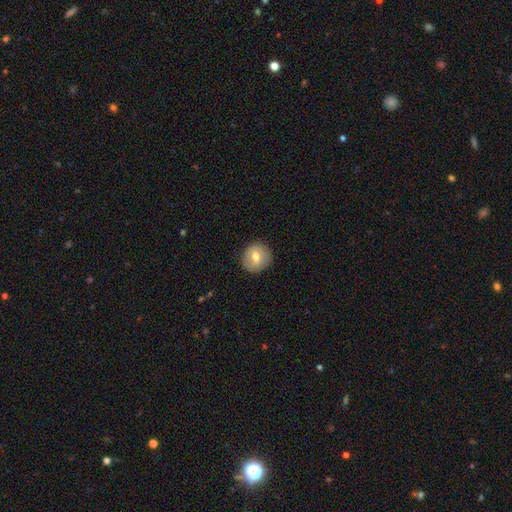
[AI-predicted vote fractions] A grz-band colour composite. It shows a smooth galaxy with no disk features (64%) that is round (90%). Merging: none (89%).